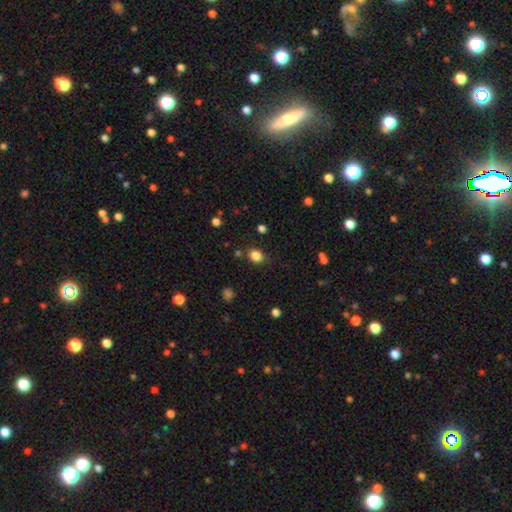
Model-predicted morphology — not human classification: A smooth galaxy with no disk features (84%) that is round (61%). Merging: none (83%).